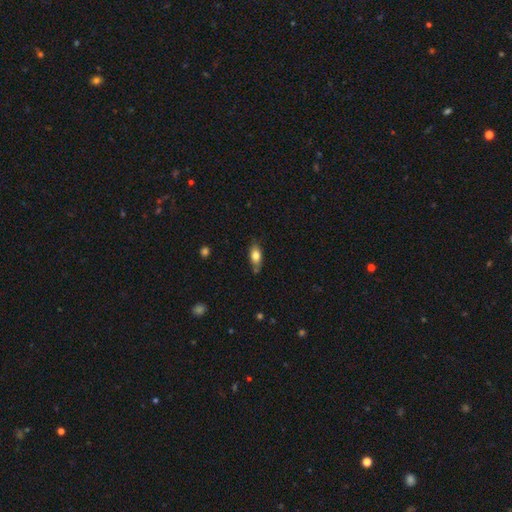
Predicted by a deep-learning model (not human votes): Smooth or featured? Predicted: smooth (p=0.77). How rounded? Predicted: in between (p=0.84). Merging? Predicted: none (p=0.71).